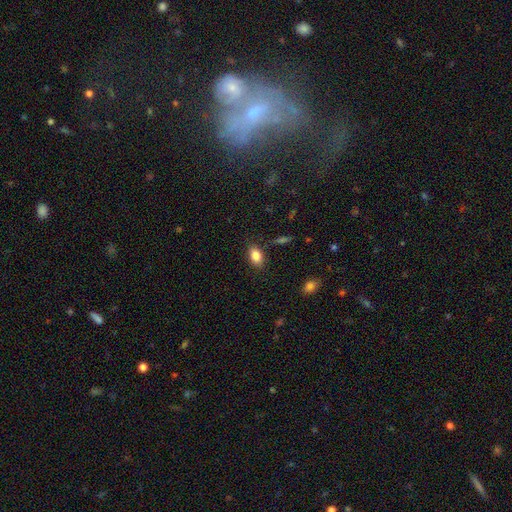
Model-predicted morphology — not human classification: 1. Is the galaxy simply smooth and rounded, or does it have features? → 84% smooth, 9% star or artifact, 8% featured or disk.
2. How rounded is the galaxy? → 86% in between, 12% round, 2% cigar-shaped.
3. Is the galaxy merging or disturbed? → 83% none, 12% minor disturbance, 3% major disturbance, 2% merger.